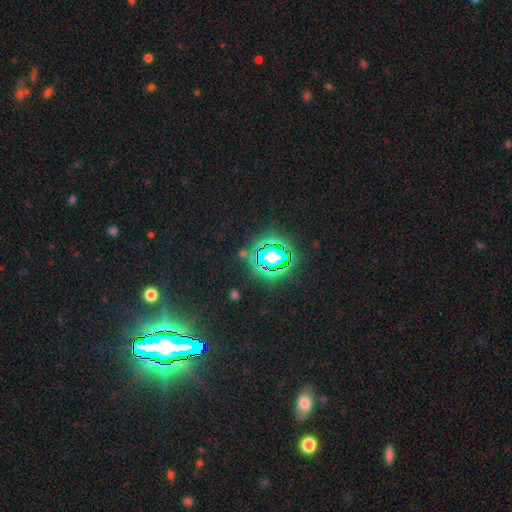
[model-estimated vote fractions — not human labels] Smooth or featured?
  - star or artifact: 83% *
  - smooth: 10%
  - featured or disk: 7%